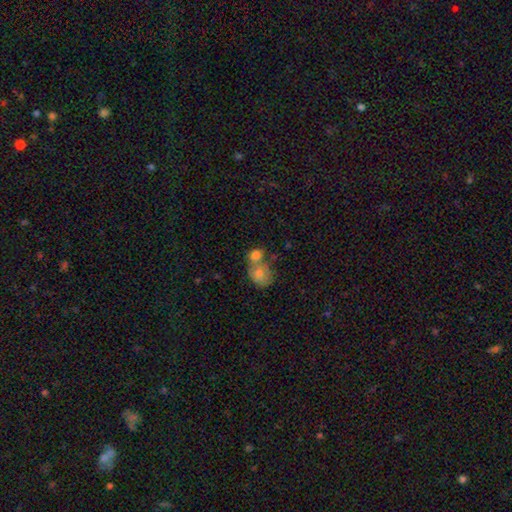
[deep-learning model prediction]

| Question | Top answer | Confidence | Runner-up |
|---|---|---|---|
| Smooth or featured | smooth | 78% | featured or disk (13%) |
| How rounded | round | 58% | in between (40%) |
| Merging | merger | 61% | none (27%) |